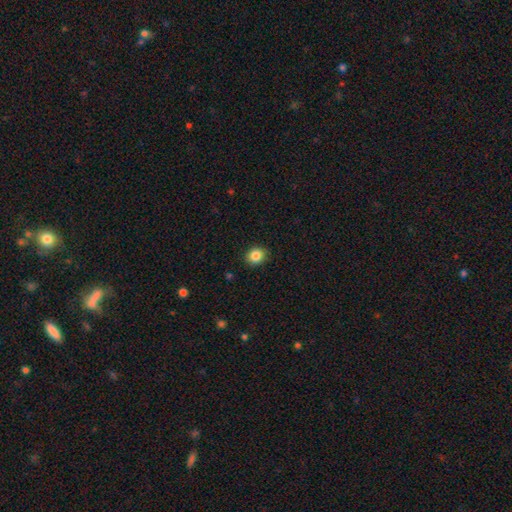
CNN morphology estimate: This appears to be a smooth galaxy with no disk features (86%) that is round (72%). Merging: none (88%).